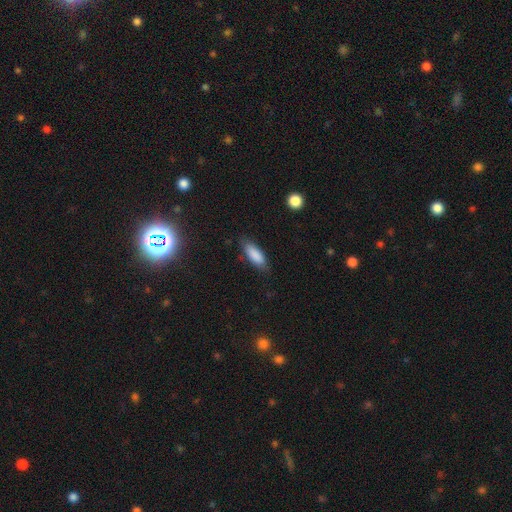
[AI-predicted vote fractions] Morphology: type=smooth (86%); roundness=in between (69%); merging=none (80%).